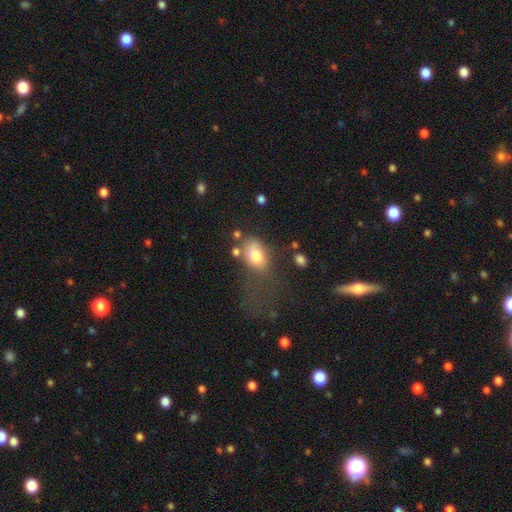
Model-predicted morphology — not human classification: smooth-or-featured: smooth: 77% | featured or disk: 14% | star or artifact: 9%
  how-rounded: in between: 83% | round: 15% | cigar-shaped: 2%
  merging: none: 39% | major disturbance: 27% | minor disturbance: 23% | merger: 11%